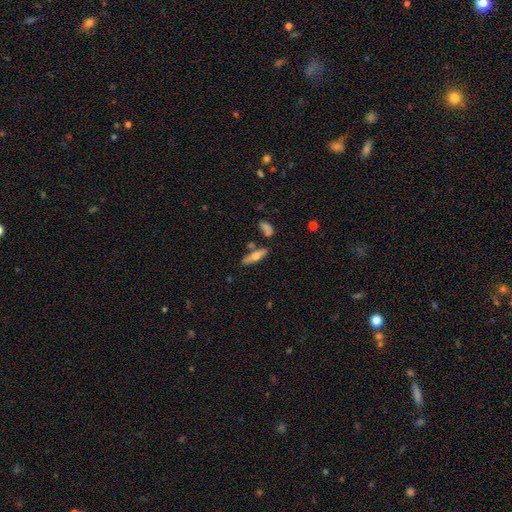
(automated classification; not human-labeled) The model was most divided on "smooth or featured": smooth: 58%, featured or disk: 36%, star or artifact: 6%. More confident: merging — none (74%); how rounded — cigar-shaped (65%).